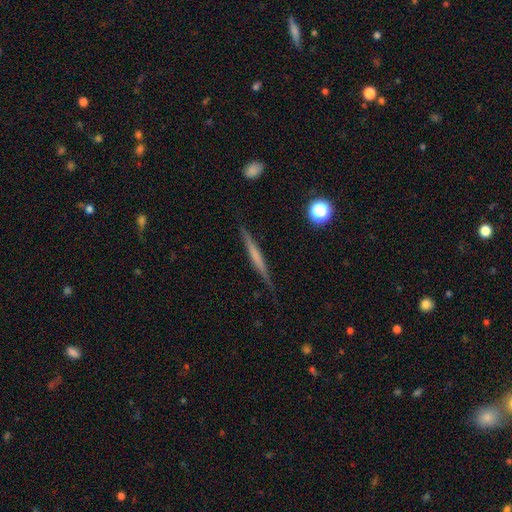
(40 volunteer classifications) Smooth or featured?
  - featured or disk: 60% *
  - smooth: 32%
  - star or artifact: 8%
Edge-on disk?
  - yes: 96% *
  - no: 4%
Edge-on bulge?
  - none: 78% *
  - rounded: 13%
  - boxy: 9%
Merging?
  - none: 59% *
  - minor disturbance: 32%
  - merger: 5%
  - major disturbance: 3%